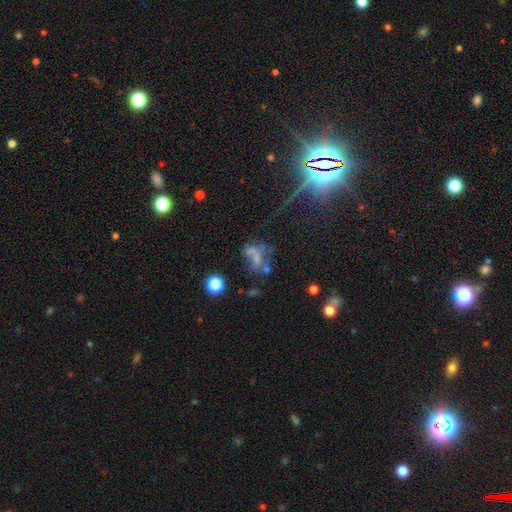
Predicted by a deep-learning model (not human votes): This is marginally a featured or disk galaxy (40%). Merging: marginally none (31%, tied with major disturbance).